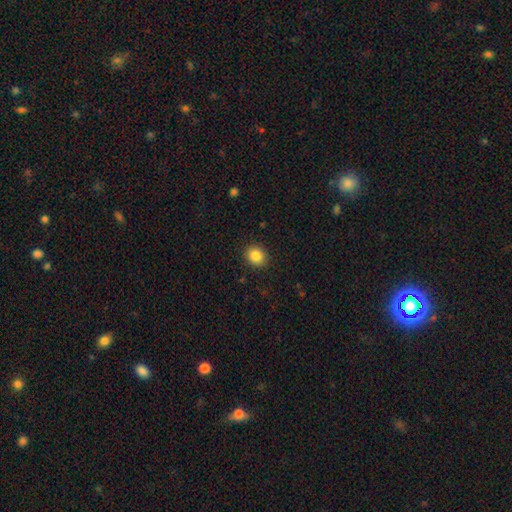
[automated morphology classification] Smooth or featured?
  - smooth: 85% *
  - star or artifact: 10%
  - featured or disk: 5%
How rounded?
  - round: 73% *
  - in between: 27%
  - cigar-shaped: 1%
Merging?
  - none: 91% *
  - minor disturbance: 6%
  - major disturbance: 2%
  - merger: 1%